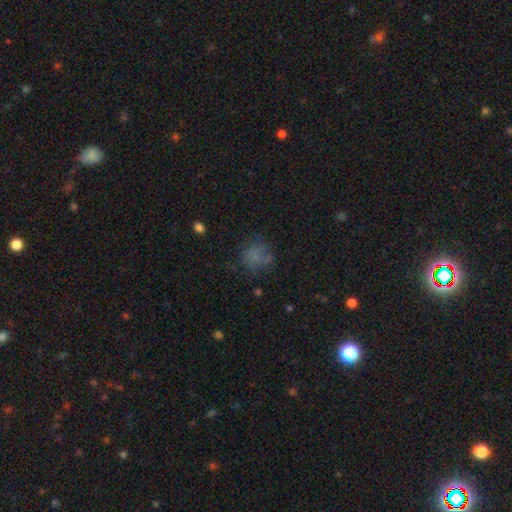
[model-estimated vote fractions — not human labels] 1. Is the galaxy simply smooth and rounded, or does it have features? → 65% smooth, 17% featured or disk, 17% star or artifact.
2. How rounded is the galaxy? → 74% round, 25% in between, 1% cigar-shaped.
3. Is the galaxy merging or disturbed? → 59% none, 22% minor disturbance, 17% major disturbance, 3% merger.